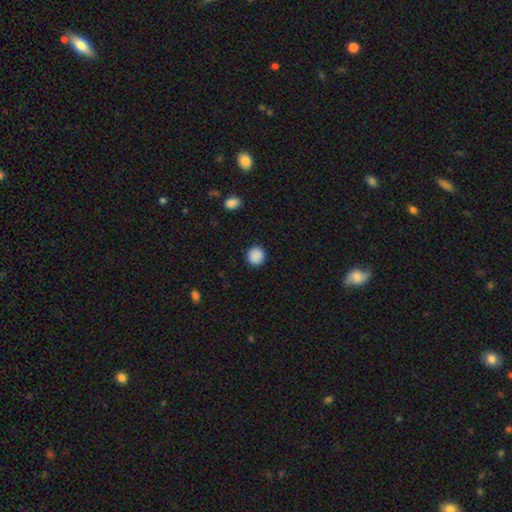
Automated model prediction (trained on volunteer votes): The model was most divided on "smooth or featured": smooth: 89%, star or artifact: 8%, featured or disk: 2%. More confident: how rounded — round (93%); merging — none (92%).